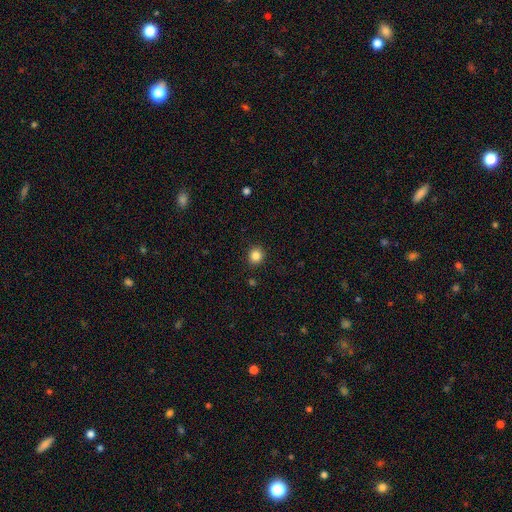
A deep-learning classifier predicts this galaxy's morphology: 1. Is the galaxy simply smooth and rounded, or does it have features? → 85% smooth, 11% star or artifact, 4% featured or disk.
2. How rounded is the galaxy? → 84% round, 15% in between, 1% cigar-shaped.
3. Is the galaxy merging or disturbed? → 91% none, 6% minor disturbance, 2% major disturbance, 1% merger.